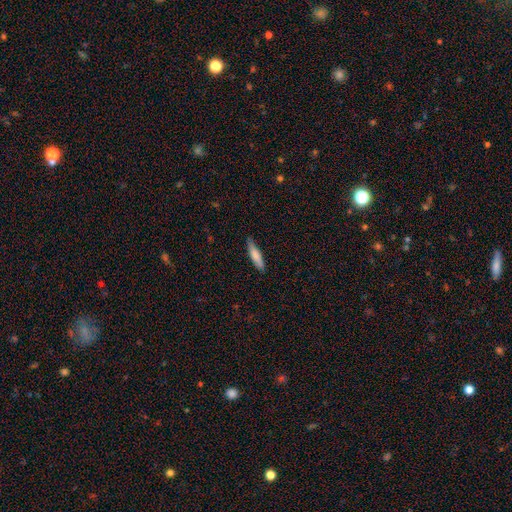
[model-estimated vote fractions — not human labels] smooth-or-featured: smooth: 78% | featured or disk: 16% | star or artifact: 6%
  how-rounded: cigar-shaped: 79% | in between: 20% | round: 1%
  merging: none: 83% | minor disturbance: 14% | major disturbance: 2% | merger: 1%